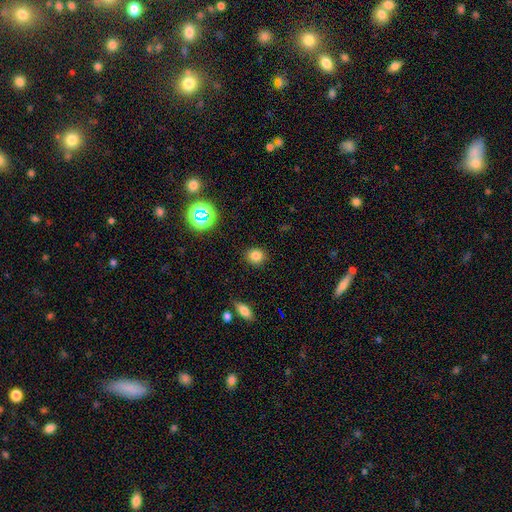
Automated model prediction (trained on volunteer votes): Overall: smooth (80%). How rounded: round (79%). Merging: none (89%).